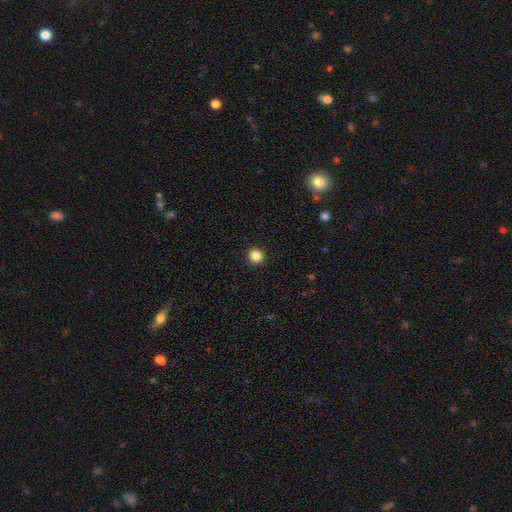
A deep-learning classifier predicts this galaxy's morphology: Overall: smooth (86%). How rounded: round (90%). Merging: none (93%).